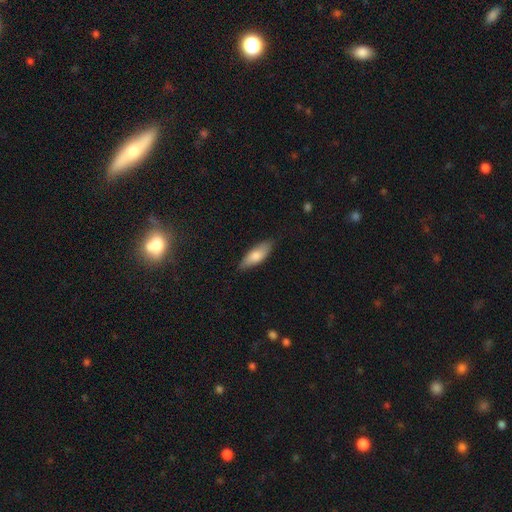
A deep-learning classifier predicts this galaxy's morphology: smooth 76%, featured or disk 18%, star or artifact 6%. Down the decision tree: how rounded — in between (65%); merging — none (82%).